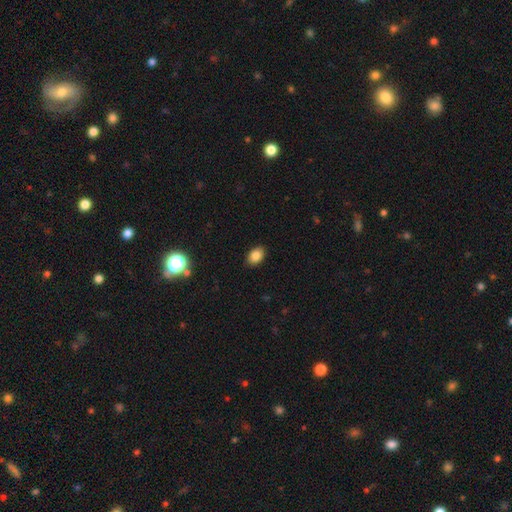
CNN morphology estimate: smooth_or_featured: smooth (p=0.84) [alt: star or artifact p=0.09]
how_rounded: in between (p=0.83) [alt: round p=0.16]
merging: none (p=0.89) [alt: minor disturbance p=0.08]